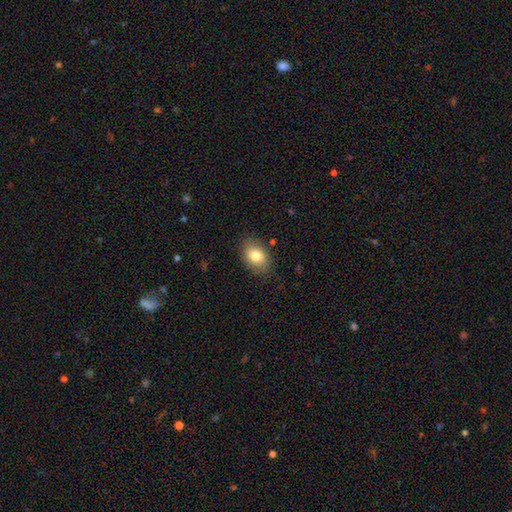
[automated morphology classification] Smooth or featured? Predicted: smooth (p=0.81). How rounded? Predicted: in between (p=0.80). Merging? Predicted: none (p=0.82).